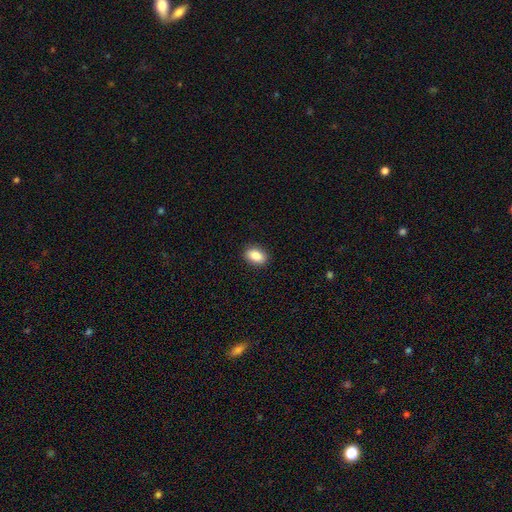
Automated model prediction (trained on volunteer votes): smooth 88%, star or artifact 7%, featured or disk 5%. Down the decision tree: how rounded — in between (87%); merging — none (90%).